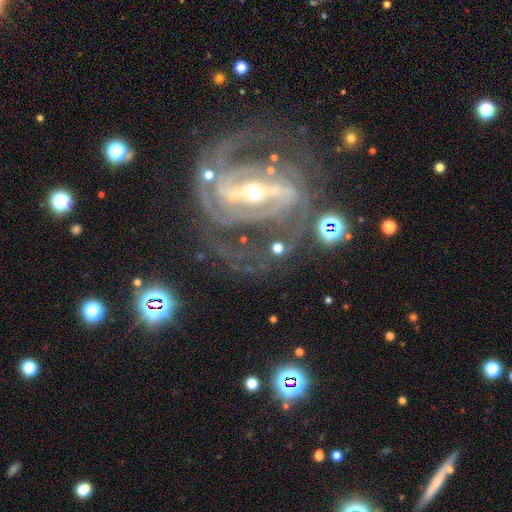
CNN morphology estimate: Overall: featured or disk (90%). Edge-on disk: no (92%). Bar: strong (77%). Spiral arms: yes (94%). Spiral arm count: 2 (66%). Spiral winding: medium (44%; tight 40%). Bulge size: small (58%; moderate 37%). Merging: none (62%).